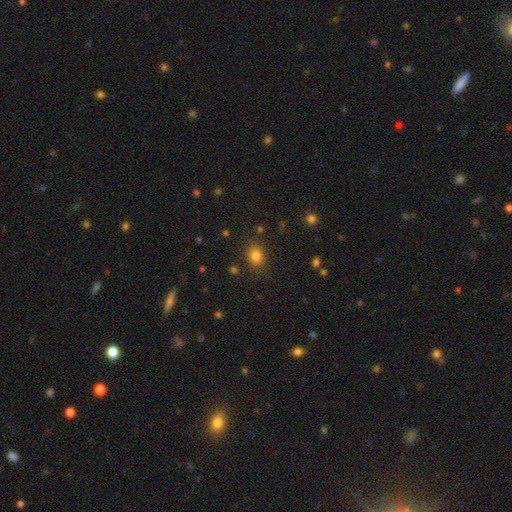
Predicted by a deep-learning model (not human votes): This is clearly a smooth galaxy (81%). How rounded: possibly in between (57%). Merging: clearly none (83%).